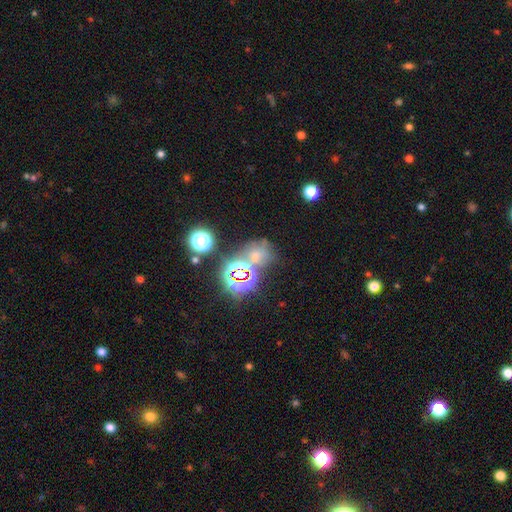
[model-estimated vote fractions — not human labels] Smooth or featured? Predicted: star or artifact (p=0.47).